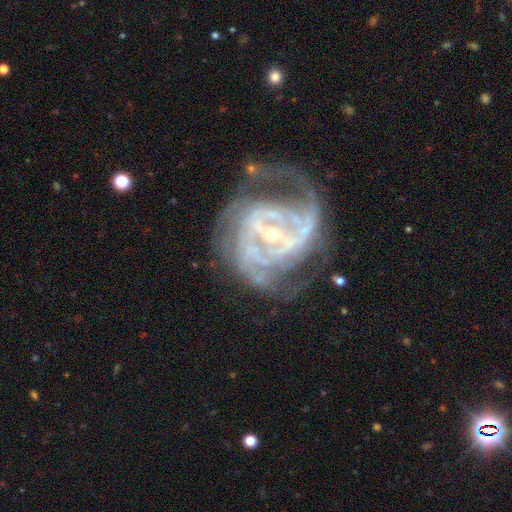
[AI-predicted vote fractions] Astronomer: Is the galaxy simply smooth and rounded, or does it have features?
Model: featured or disk — 88%.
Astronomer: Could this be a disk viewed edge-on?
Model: no — 97%.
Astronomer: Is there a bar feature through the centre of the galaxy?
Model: strong — 43% (runner-up: weak, 34%).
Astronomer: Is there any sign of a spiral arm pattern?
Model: yes — 90%.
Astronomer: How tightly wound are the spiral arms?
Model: tight — 47% (runner-up: medium, 38%).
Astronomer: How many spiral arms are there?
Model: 2 — 33% (runner-up: can't tell, 27%).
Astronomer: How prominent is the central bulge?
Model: small — 65%.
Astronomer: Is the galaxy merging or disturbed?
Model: none — 47% (runner-up: major disturbance, 28%).